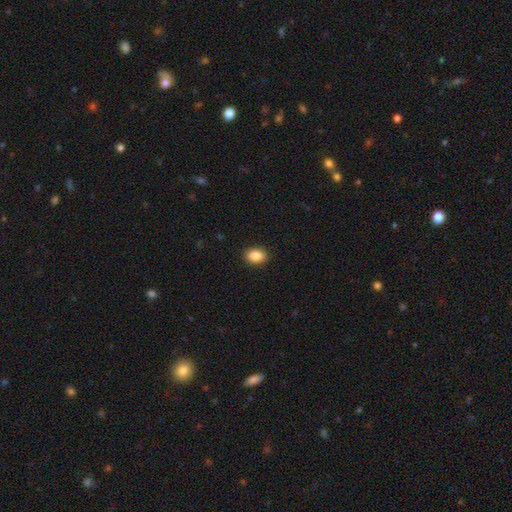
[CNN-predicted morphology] A smooth galaxy with no disk features (87%) that is in between round and cigar-shaped (77%).

Vote fractions:
- Smooth or featured? smooth: 87% / star or artifact: 8% / featured or disk: 4%
- How rounded? in between: 77% / round: 21% / cigar-shaped: 1%
- Merging? none: 90% / minor disturbance: 7% / major disturbance: 2% / merger: 1%